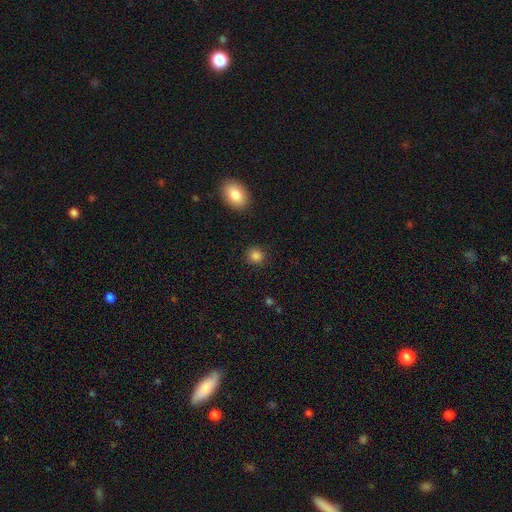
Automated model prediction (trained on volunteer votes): Smooth or featured: smooth — 85% (star or artifact — 11%)
How rounded: round — 86% (in between — 13%)
Merging: none — 88% (minor disturbance — 8%)